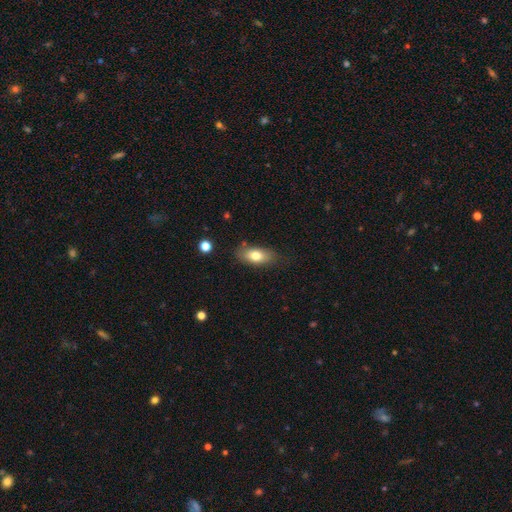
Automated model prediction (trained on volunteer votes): Smooth or featured: smooth — 77% (featured or disk — 15%)
How rounded: in between — 87% (cigar-shaped — 8%)
Merging: none — 74% (minor disturbance — 18%)